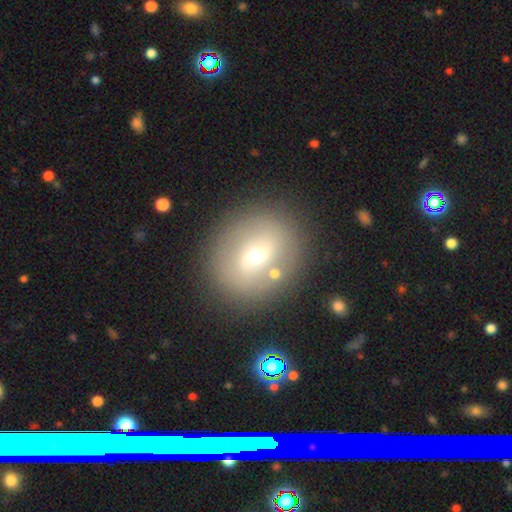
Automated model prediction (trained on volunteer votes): This is possibly a smooth galaxy (47%). Merging: clearly none (81%).